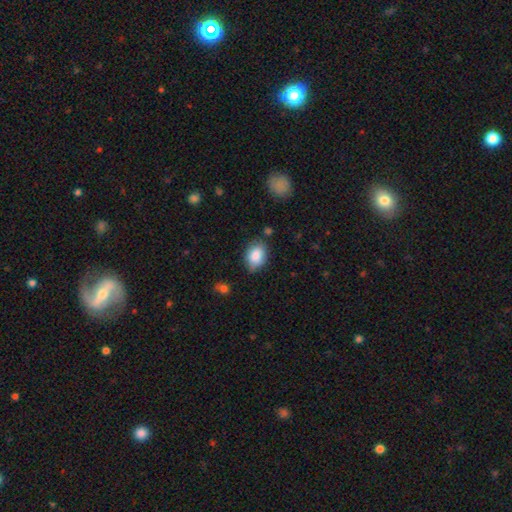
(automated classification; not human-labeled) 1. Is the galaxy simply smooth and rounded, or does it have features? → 85% smooth, 7% star or artifact, 7% featured or disk.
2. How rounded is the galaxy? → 78% in between, 21% round, 1% cigar-shaped.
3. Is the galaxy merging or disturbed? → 72% none, 21% minor disturbance, 4% major disturbance, 3% merger.